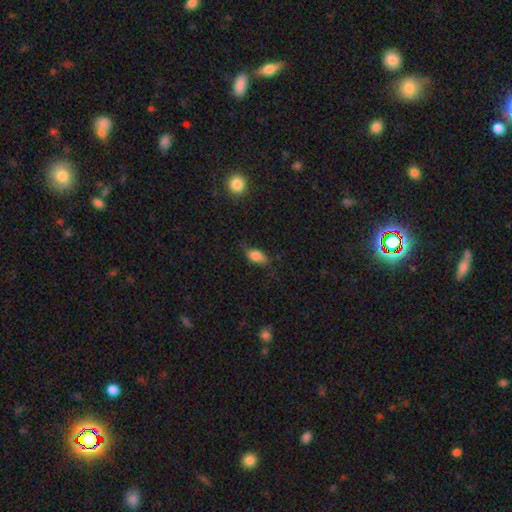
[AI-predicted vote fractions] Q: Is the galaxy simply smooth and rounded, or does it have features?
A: smooth — 82%.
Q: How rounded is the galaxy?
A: in between — 88%.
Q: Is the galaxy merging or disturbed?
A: none — 66%.